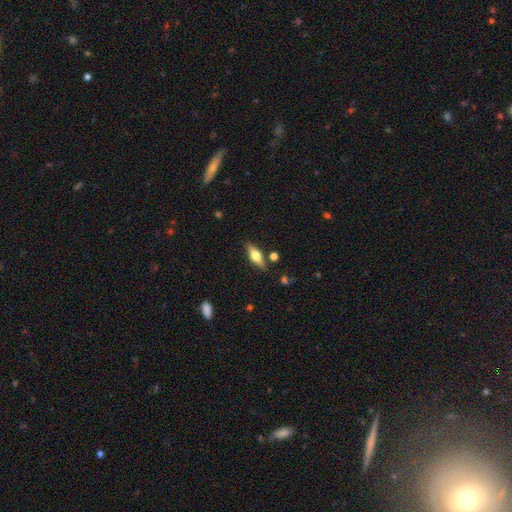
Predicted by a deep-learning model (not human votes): This appears to be a featured or disk galaxy (49%). Merging: none (82%).